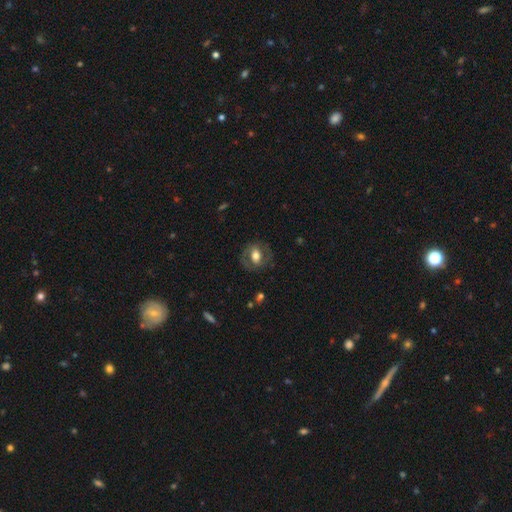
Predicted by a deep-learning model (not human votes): Smooth or featured? Predicted: featured or disk (p=0.53). Edge-on disk? Predicted: no (p=0.94). Merging? Predicted: none (p=0.76).